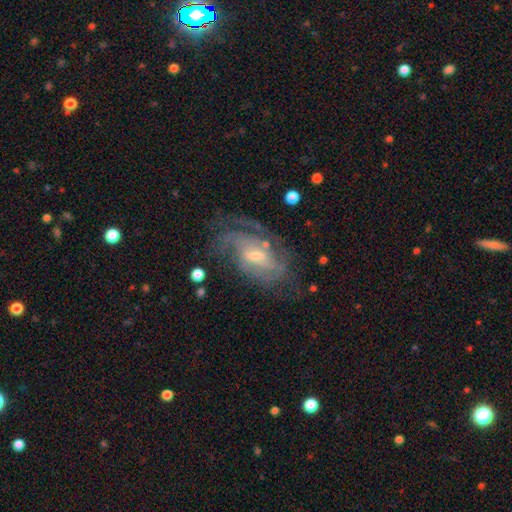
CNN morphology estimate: The model was most divided on "spiral winding": tight: 42%, medium: 41%, loose: 17%. Remaining: edge-on disk — no (95%); spiral arms — yes (91%); smooth or featured — featured or disk (83%); merging — none (58%); bar — weak (51%); bulge size — small (49%); spiral arm count — can't tell (34%).